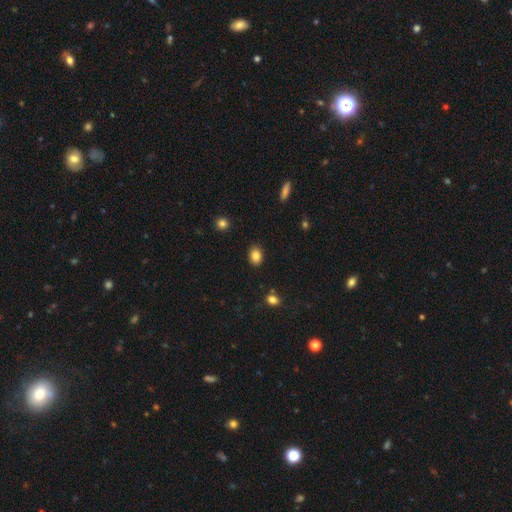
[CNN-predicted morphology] Smooth or featured: smooth — 86% (star or artifact — 10%)
How rounded: in between — 63% (round — 36%)
Merging: none — 88% (minor disturbance — 8%)